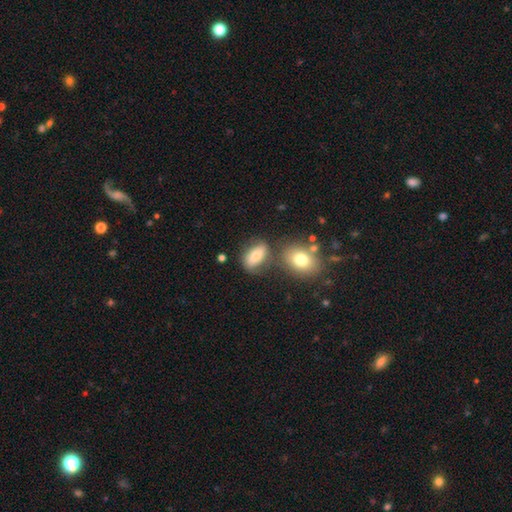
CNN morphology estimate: Smooth or featured: smooth — 71% (featured or disk — 20%)
How rounded: in between — 85% (round — 10%)
Merging: none — 62% (merger — 18%)